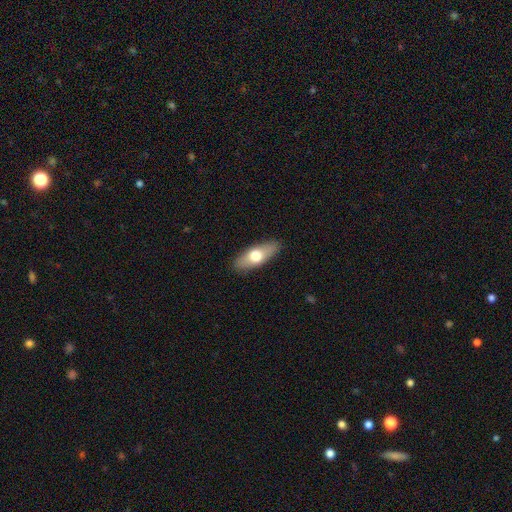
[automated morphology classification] Overall: smooth (62%; featured or disk 32%). How rounded: in between (68%; cigar-shaped 29%). Merging: none (88%).